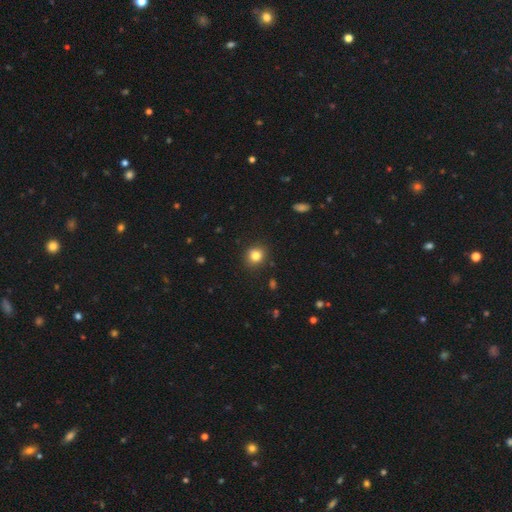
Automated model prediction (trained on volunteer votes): smooth-or-featured: smooth: 82% | star or artifact: 12% | featured or disk: 6%
  how-rounded: round: 81% | in between: 18% | cigar-shaped: 1%
  merging: none: 89% | minor disturbance: 8% | major disturbance: 2% | merger: 1%